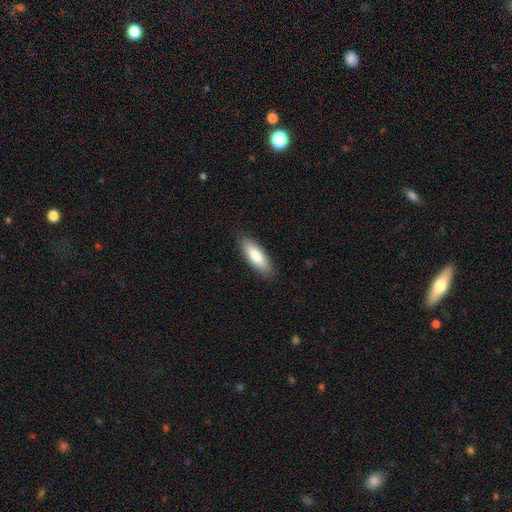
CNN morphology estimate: type=smooth (81%); roundness=in between (61%); merging=none (86%).